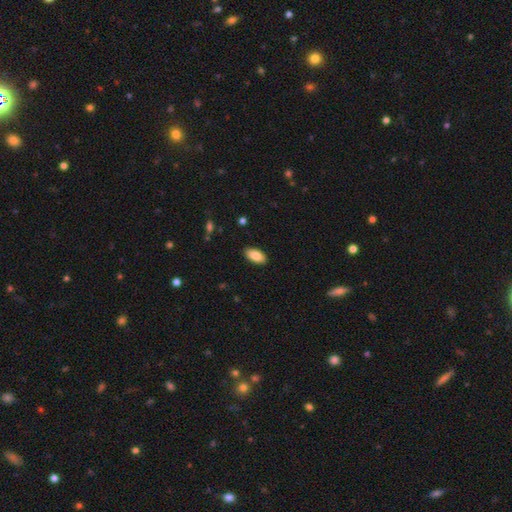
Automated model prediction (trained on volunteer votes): Smooth or featured? Predicted: smooth (p=0.87). How rounded? Predicted: in between (p=0.93). Merging? Predicted: none (p=0.89).